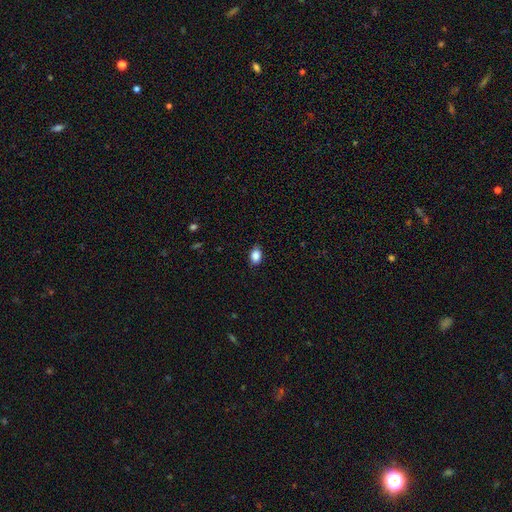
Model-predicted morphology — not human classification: This is clearly a smooth galaxy (87%). How rounded: clearly in between (81%). Merging: clearly none (86%).